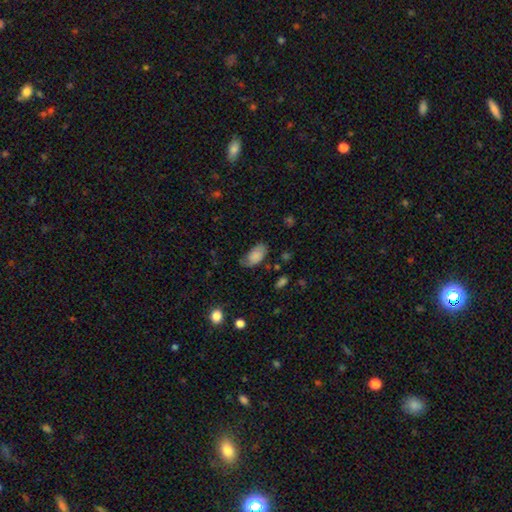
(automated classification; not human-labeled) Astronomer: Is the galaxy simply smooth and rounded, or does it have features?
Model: smooth — 80%.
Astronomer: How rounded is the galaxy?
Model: in between — 94%.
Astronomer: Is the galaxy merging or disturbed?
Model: none — 60%.